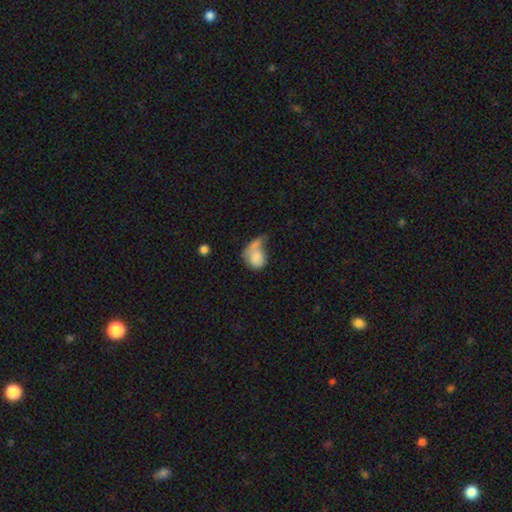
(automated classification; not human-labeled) Overall: smooth (75%). How rounded: in between (53%; round 46%). Merging: major disturbance (31%; merger 29%).